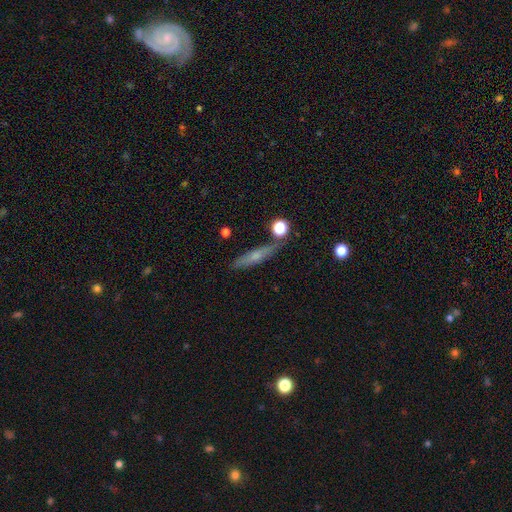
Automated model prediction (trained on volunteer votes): This is possibly a smooth galaxy (47%). Merging: likely none (74%).